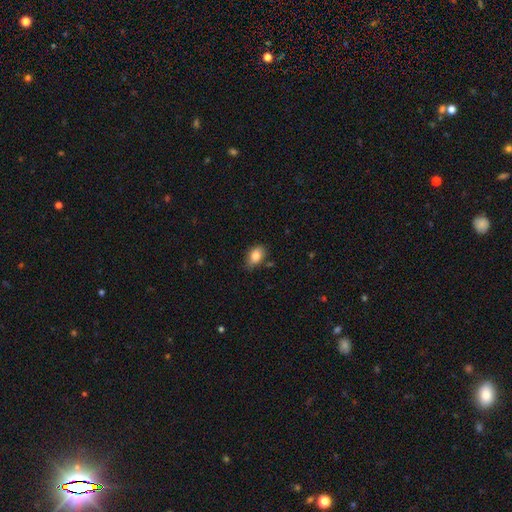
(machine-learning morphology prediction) smooth-or-featured: smooth: 85% | featured or disk: 8% | star or artifact: 8%
  how-rounded: in between: 88% | round: 10% | cigar-shaped: 2%
  merging: none: 72% | minor disturbance: 22% | major disturbance: 3% | merger: 3%